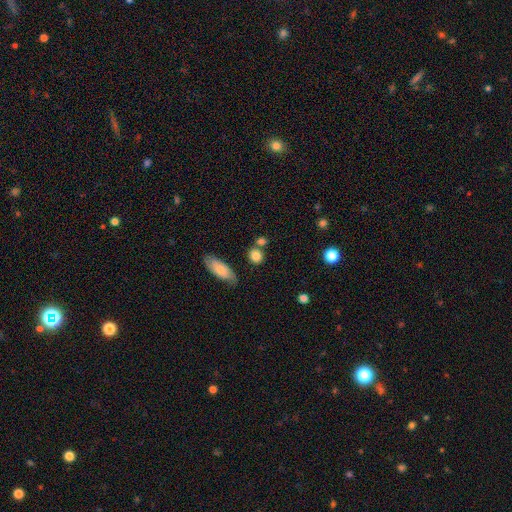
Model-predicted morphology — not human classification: smooth_or_featured: smooth (p=0.83) [alt: star or artifact p=0.09]
how_rounded: round (p=0.77) [alt: in between p=0.20]
merging: none (p=0.66) [alt: merger p=0.18]